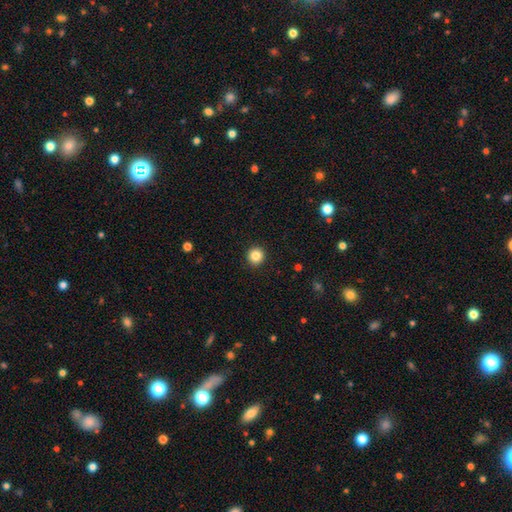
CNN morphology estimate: type=smooth (84%); roundness=round (95%); merging=none (93%).